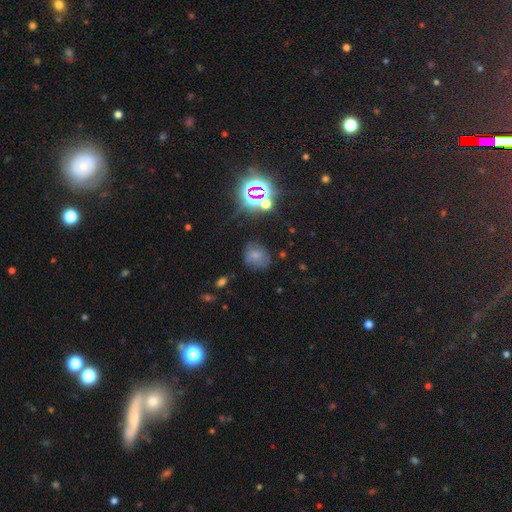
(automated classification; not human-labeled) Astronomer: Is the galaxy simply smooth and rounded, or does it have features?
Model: smooth — 63%.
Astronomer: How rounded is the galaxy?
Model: round — 61% (runner-up: in between, 38%).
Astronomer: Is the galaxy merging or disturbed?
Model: none — 65%.